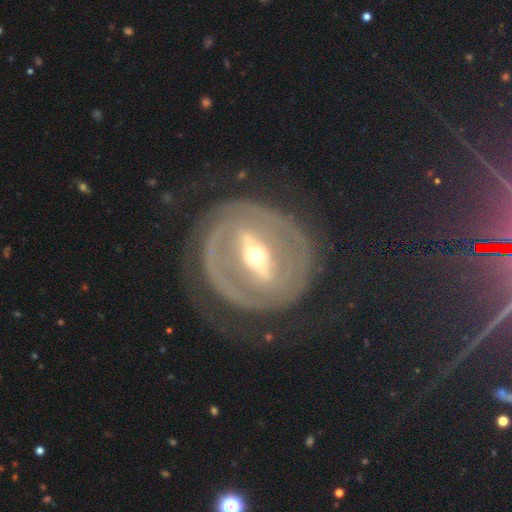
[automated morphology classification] Q: Smooth or featured?
A: featured or disk (85%); runner-up: smooth (10%)
Q: Edge-on disk?
A: no (90%); runner-up: yes (10%)
Q: Bar?
A: strong (69%); runner-up: weak (21%)
Q: Spiral arms?
A: yes (62%); runner-up: no (38%)
Q: Bulge size?
A: moderate (49%); runner-up: small (45%)
Q: Merging?
A: none (69%); runner-up: minor disturbance (15%)